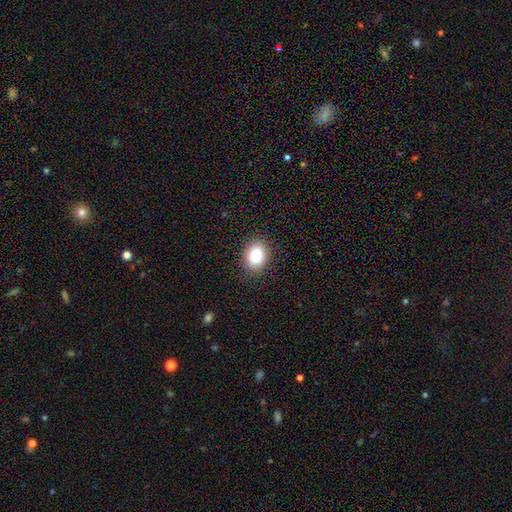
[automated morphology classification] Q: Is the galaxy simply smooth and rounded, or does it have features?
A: smooth — 82%.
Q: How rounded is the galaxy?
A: in between — 59%.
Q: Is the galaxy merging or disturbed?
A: none — 87%.